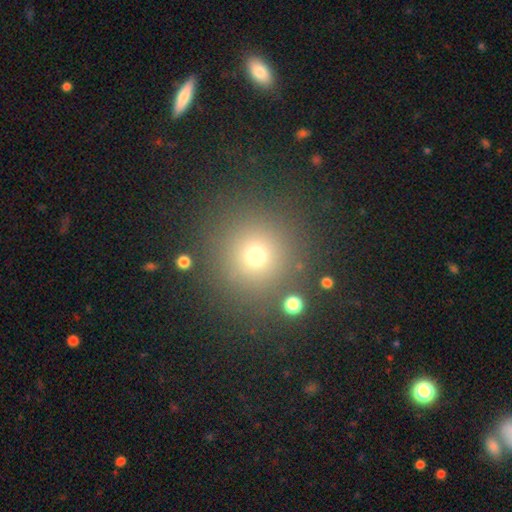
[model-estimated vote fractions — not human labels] The model was most divided on "smooth or featured": smooth: 69%, star or artifact: 22%, featured or disk: 9%. More confident: how rounded — round (94%); merging — none (85%).